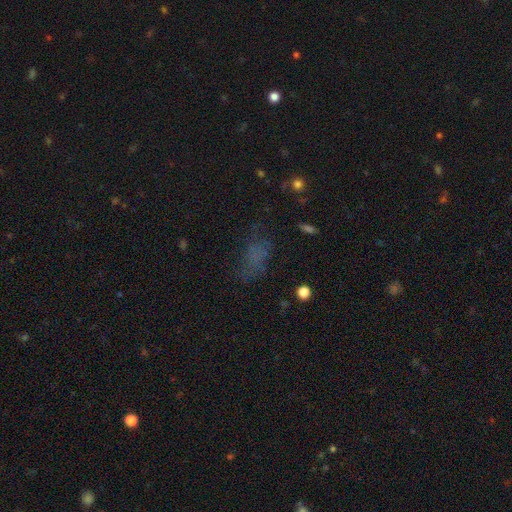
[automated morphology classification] Overall: smooth (56%; star or artifact 24%). How rounded: in between (82%). Merging: none (49%; major disturbance 26%).